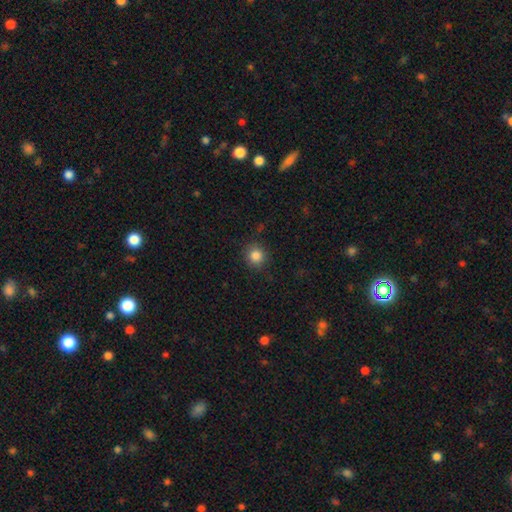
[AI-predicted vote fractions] Smooth or featured?
  - smooth: 85% *
  - star or artifact: 11%
  - featured or disk: 4%
How rounded?
  - round: 91% *
  - in between: 8%
  - cigar-shaped: 1%
Merging?
  - none: 88% *
  - minor disturbance: 9%
  - major disturbance: 3%
  - merger: 1%